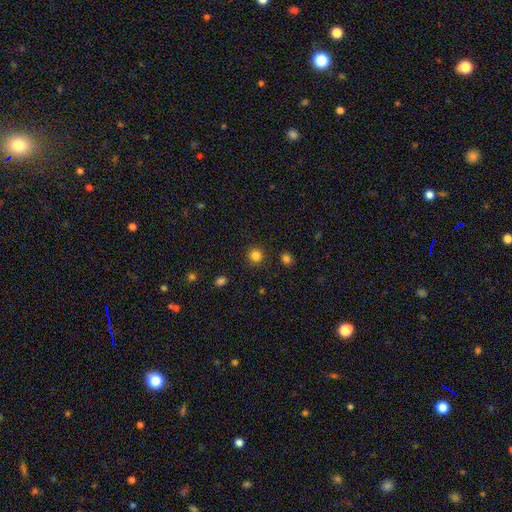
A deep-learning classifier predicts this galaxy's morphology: Smooth or featured?
  - smooth: 83% *
  - star or artifact: 13%
  - featured or disk: 4%
How rounded?
  - round: 92% *
  - in between: 7%
  - cigar-shaped: 1%
Merging?
  - none: 89% *
  - minor disturbance: 6%
  - major disturbance: 2%
  - merger: 2%